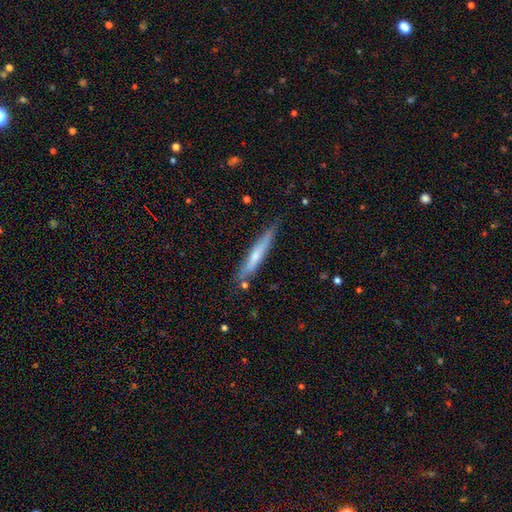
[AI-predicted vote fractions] Smooth or featured?
  - smooth: 52% *
  - featured or disk: 41%
  - star or artifact: 6%
How rounded?
  - cigar-shaped: 94% *
  - in between: 5%
  - round: 1%
Merging?
  - none: 78% *
  - minor disturbance: 16%
  - merger: 3%
  - major disturbance: 3%